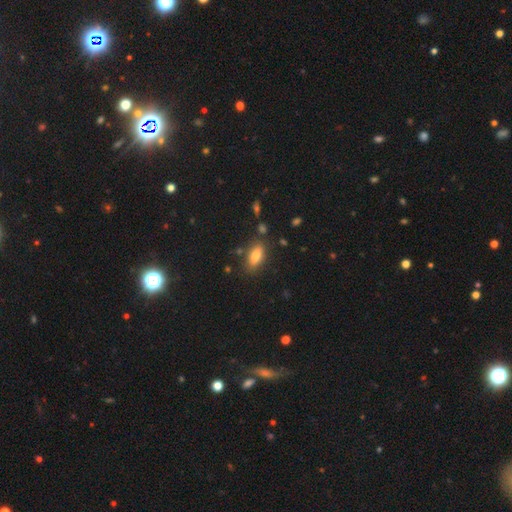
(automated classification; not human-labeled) A smooth galaxy with no disk features (83%) that is in between round and cigar-shaped (85%).

Vote fractions:
- Smooth or featured? smooth: 83% / featured or disk: 9% / star or artifact: 8%
- How rounded? in between: 85% / cigar-shaped: 12% / round: 3%
- Merging? none: 78% / minor disturbance: 14% / merger: 4% / major disturbance: 4%